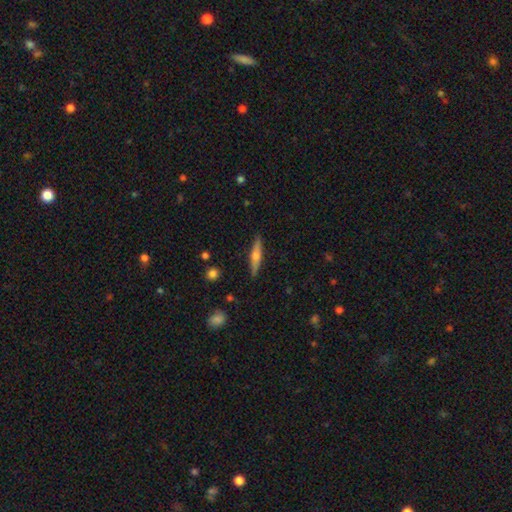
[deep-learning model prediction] Smooth or featured? featured or disk (57%)
Edge-on disk? yes (96%)
Edge-on bulge? rounded (89%)
Merging? none (90%)